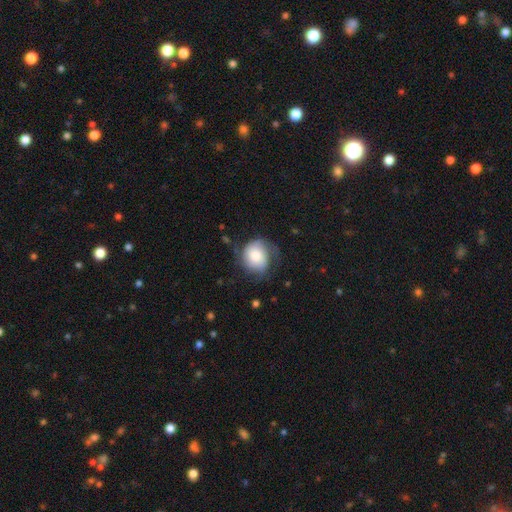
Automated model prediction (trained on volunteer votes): smooth_or_featured: smooth (p=0.59) [alt: featured or disk p=0.34]
how_rounded: round (p=0.75) [alt: in between p=0.25]
merging: none (p=0.53) [alt: minor disturbance p=0.29]